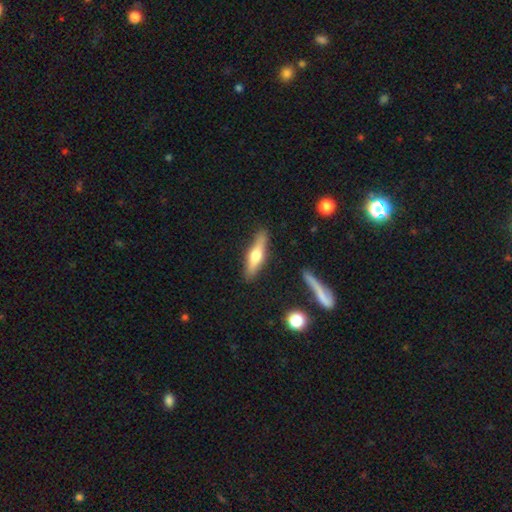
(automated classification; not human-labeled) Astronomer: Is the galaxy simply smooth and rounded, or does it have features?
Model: featured or disk — 50% (runner-up: smooth, 44%).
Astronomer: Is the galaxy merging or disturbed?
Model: none — 86%.